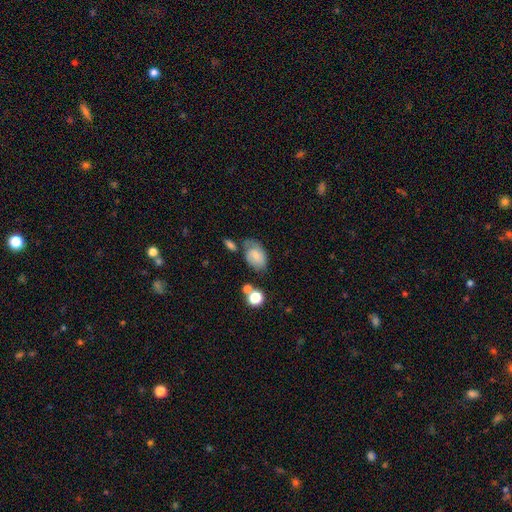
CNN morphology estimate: Overall: smooth (65%). How rounded: in between (83%). Merging: none (49%; minor disturbance 27%).